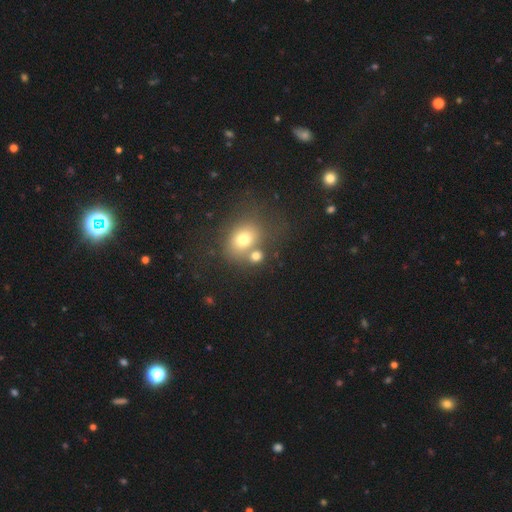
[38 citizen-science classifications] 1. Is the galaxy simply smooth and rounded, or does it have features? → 79% smooth, 13% featured or disk, 8% star or artifact.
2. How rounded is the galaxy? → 70% round, 30% in between, 0% cigar-shaped.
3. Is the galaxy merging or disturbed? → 54% none, 37% merger, 6% minor disturbance, 3% major disturbance.